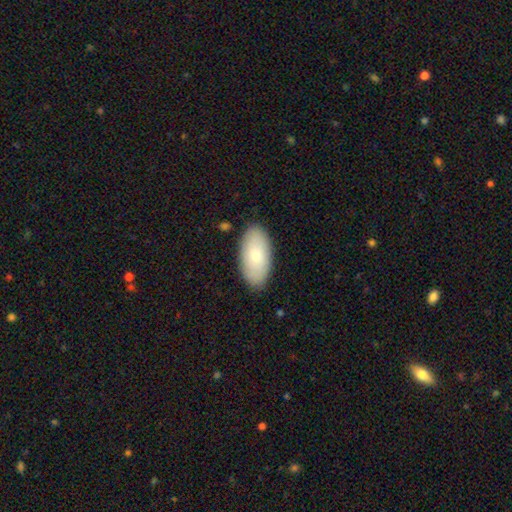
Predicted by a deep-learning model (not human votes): Smooth or featured?
  - smooth: 76% *
  - featured or disk: 18%
  - star or artifact: 6%
How rounded?
  - in between: 95% *
  - cigar-shaped: 3%
  - round: 2%
Merging?
  - none: 87% *
  - minor disturbance: 10%
  - major disturbance: 2%
  - merger: 1%